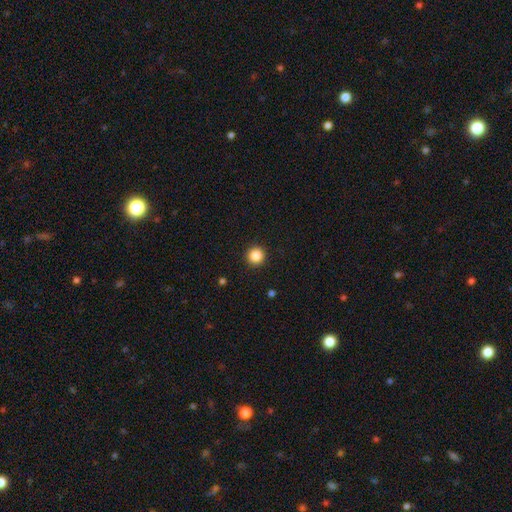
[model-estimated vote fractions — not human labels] Smooth or featured? smooth (86%)
How rounded? round (96%)
Merging? none (93%)